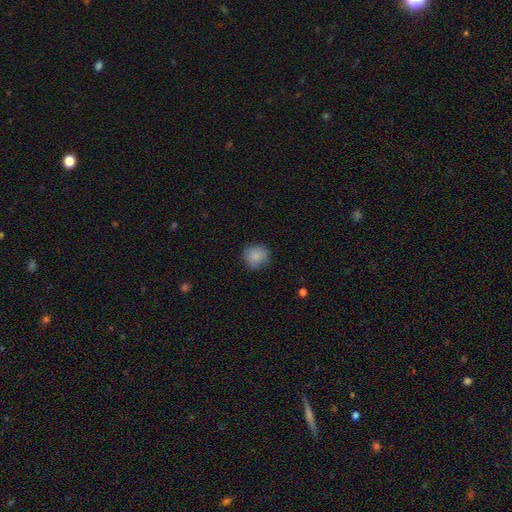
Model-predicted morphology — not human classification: Q: Smooth or featured?
A: smooth (87%); runner-up: star or artifact (8%)
Q: How rounded?
A: round (89%); runner-up: in between (10%)
Q: Merging?
A: none (84%); runner-up: minor disturbance (12%)